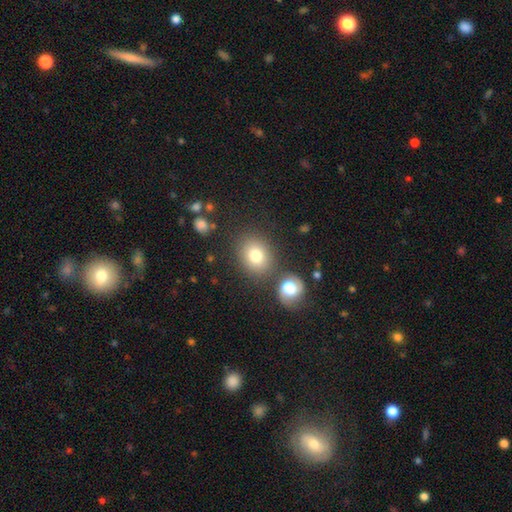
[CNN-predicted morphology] This appears to be a smooth galaxy with no disk features (79%) that is round (60%). Merging: none (72%).